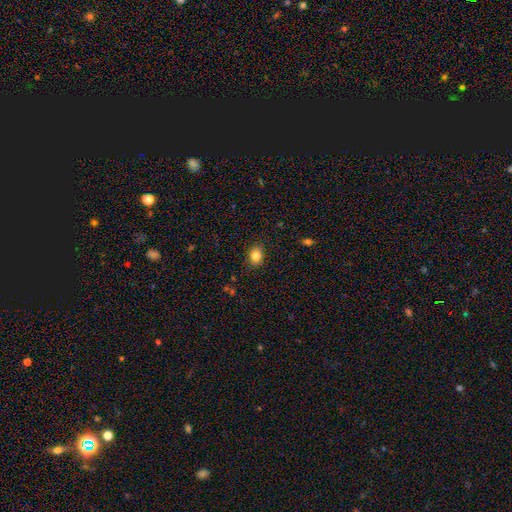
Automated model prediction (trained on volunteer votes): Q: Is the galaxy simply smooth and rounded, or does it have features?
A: smooth — 84%.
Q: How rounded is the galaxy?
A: round — 52%.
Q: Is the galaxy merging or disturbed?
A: none — 87%.